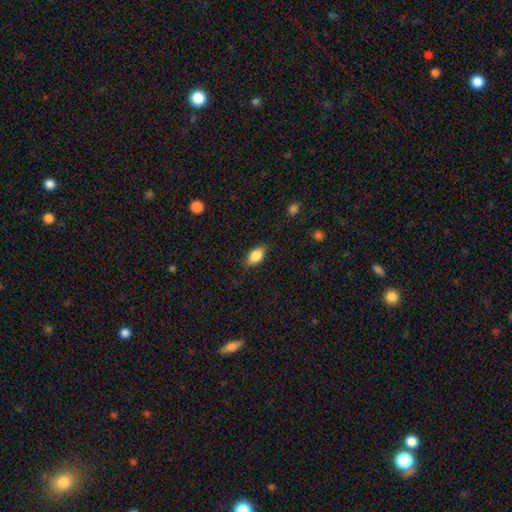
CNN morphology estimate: smooth-or-featured: smooth: 83% | featured or disk: 9% | star or artifact: 7%
  how-rounded: in between: 89% | cigar-shaped: 6% | round: 5%
  merging: none: 84% | minor disturbance: 13% | major disturbance: 3% | merger: 1%